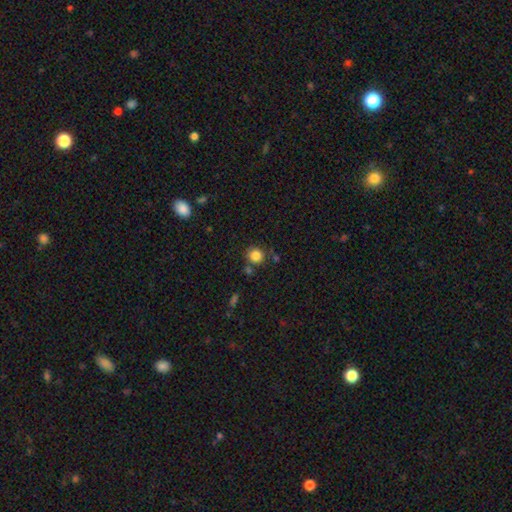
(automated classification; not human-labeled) This is clearly a smooth galaxy (84%). How rounded: clearly round (91%). Merging: likely none (79%).